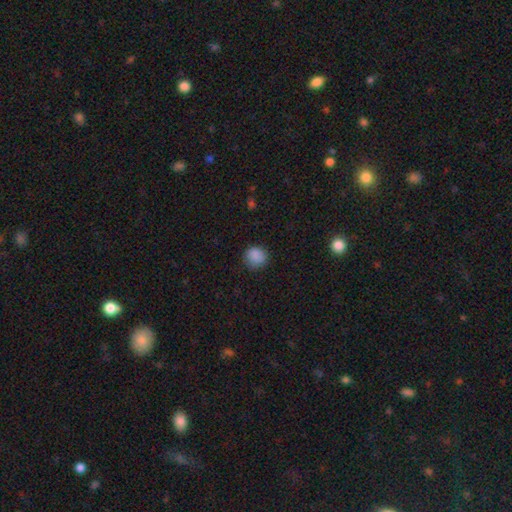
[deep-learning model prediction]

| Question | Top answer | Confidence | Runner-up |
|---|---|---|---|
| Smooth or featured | smooth | 86% | star or artifact (9%) |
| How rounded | round | 89% | in between (10%) |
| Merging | none | 82% | minor disturbance (14%) |